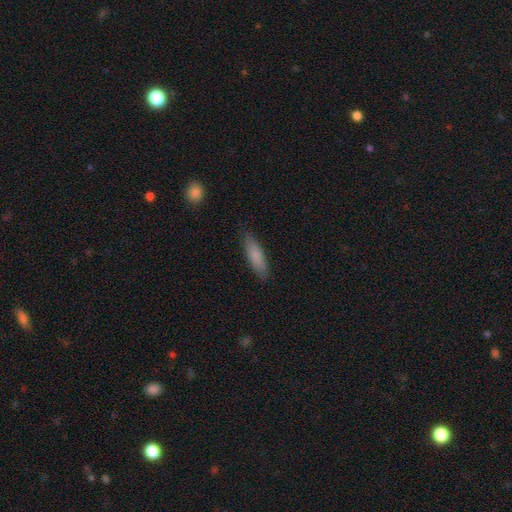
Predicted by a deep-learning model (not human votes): smooth_or_featured: smooth (p=0.81) [alt: featured or disk p=0.13]
how_rounded: cigar-shaped (p=0.61) [alt: in between p=0.37]
merging: none (p=0.85) [alt: minor disturbance p=0.12]